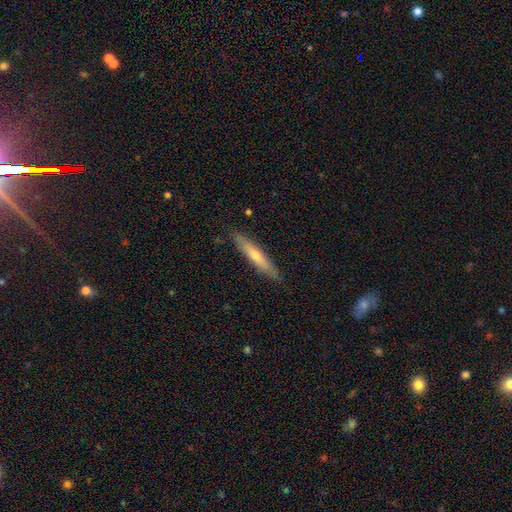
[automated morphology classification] Smooth or featured?
  - smooth: 52% *
  - featured or disk: 42%
  - star or artifact: 6%
How rounded?
  - cigar-shaped: 91% *
  - in between: 8%
  - round: 1%
Merging?
  - none: 87% *
  - minor disturbance: 10%
  - major disturbance: 2%
  - merger: 1%